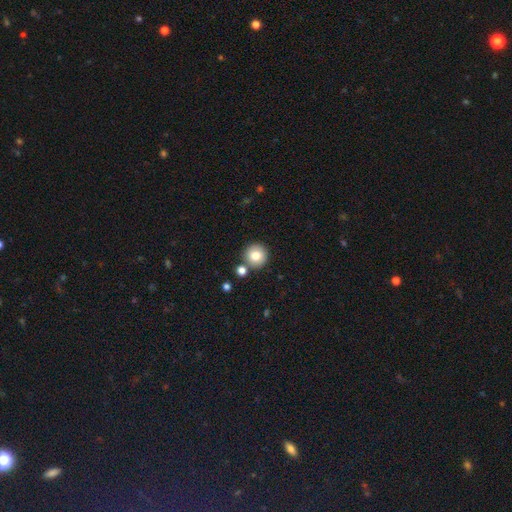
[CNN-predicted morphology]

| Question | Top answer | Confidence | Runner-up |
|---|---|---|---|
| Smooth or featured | smooth | 80% | star or artifact (10%) |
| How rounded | round | 94% | in between (5%) |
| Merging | none | 80% | merger (10%) |